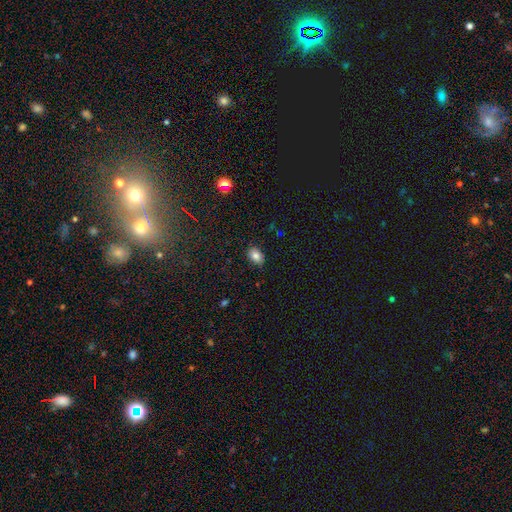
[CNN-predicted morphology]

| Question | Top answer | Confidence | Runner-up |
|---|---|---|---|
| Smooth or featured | smooth | 83% | star or artifact (9%) |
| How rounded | in between | 80% | round (19%) |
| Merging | none | 84% | minor disturbance (12%) |